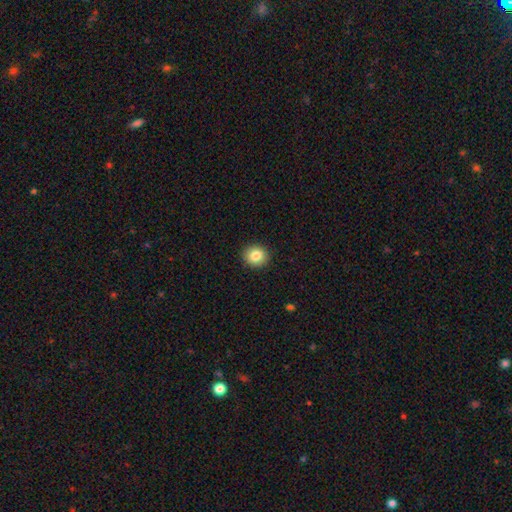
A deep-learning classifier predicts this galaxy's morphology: smooth_or_featured: smooth (p=0.84) [alt: star or artifact p=0.09]
how_rounded: round (p=0.84) [alt: in between p=0.15]
merging: none (p=0.92) [alt: minor disturbance p=0.05]